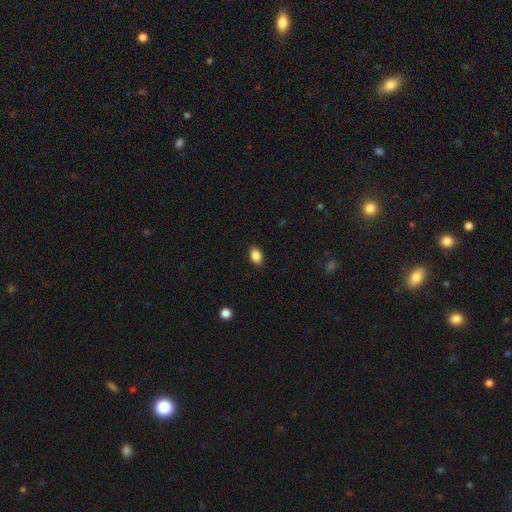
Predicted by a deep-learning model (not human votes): smooth_or_featured: smooth (p=0.86) [alt: star or artifact p=0.09]
how_rounded: in between (p=0.81) [alt: round p=0.18]
merging: none (p=0.88) [alt: minor disturbance p=0.09]